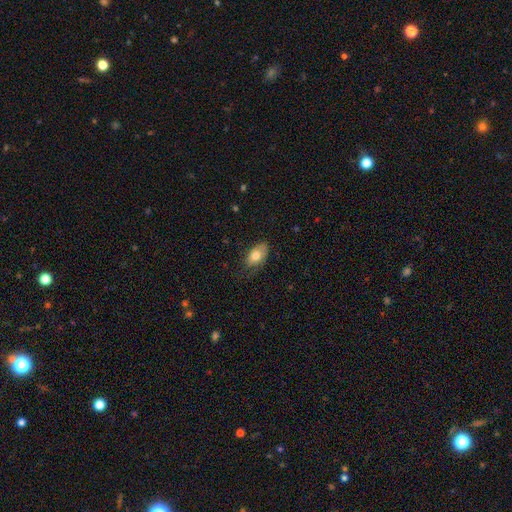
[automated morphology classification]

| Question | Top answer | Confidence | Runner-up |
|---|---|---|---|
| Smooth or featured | smooth | 73% | featured or disk (20%) |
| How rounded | in between | 92% | round (6%) |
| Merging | none | 60% | minor disturbance (29%) |